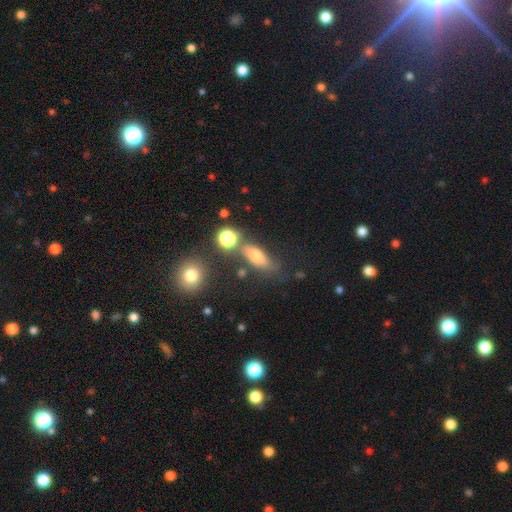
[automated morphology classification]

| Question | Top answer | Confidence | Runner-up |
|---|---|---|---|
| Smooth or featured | smooth | 63% | featured or disk (21%) |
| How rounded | in between | 61% | cigar-shaped (27%) |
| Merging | none | 59% | minor disturbance (19%) |